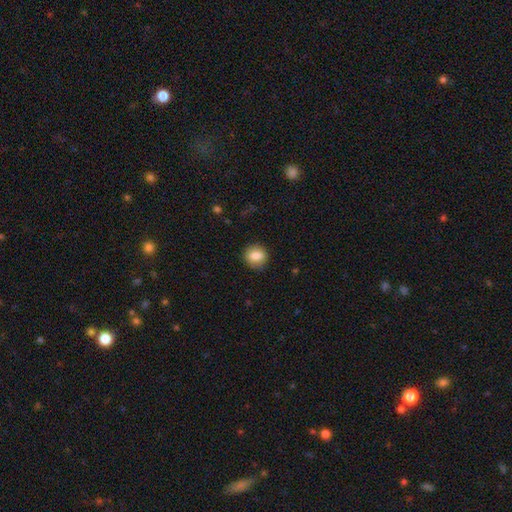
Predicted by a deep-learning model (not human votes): Morphology: type=smooth (84%); roundness=round (74%); merging=none (87%).